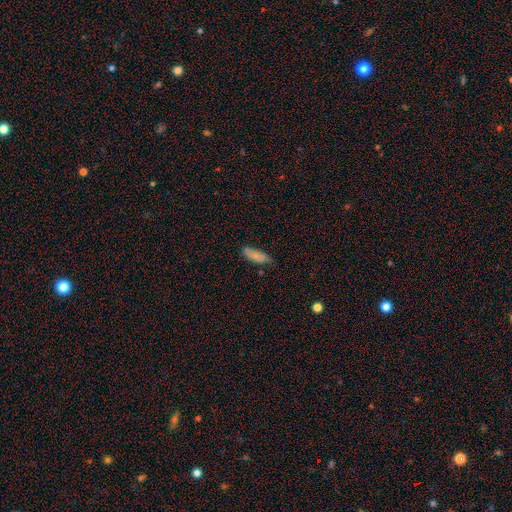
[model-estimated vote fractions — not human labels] This appears to be a smooth galaxy with no disk features (83%) that is in between round and cigar-shaped (68%). Merging: none (67%).